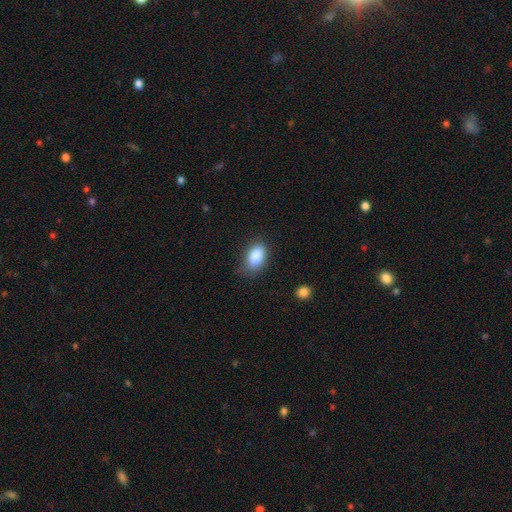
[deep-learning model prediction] Smooth or featured?
  - smooth: 87% *
  - star or artifact: 8%
  - featured or disk: 6%
How rounded?
  - in between: 90% *
  - round: 7%
  - cigar-shaped: 2%
Merging?
  - none: 72% *
  - minor disturbance: 21%
  - major disturbance: 5%
  - merger: 2%